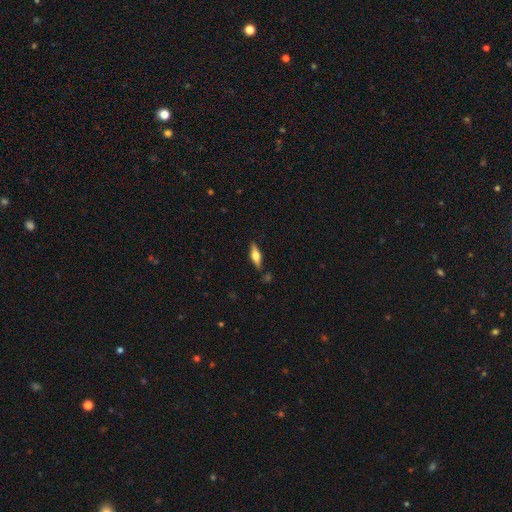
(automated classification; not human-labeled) This appears to be a featured or disk galaxy (49%). Merging: none (85%).